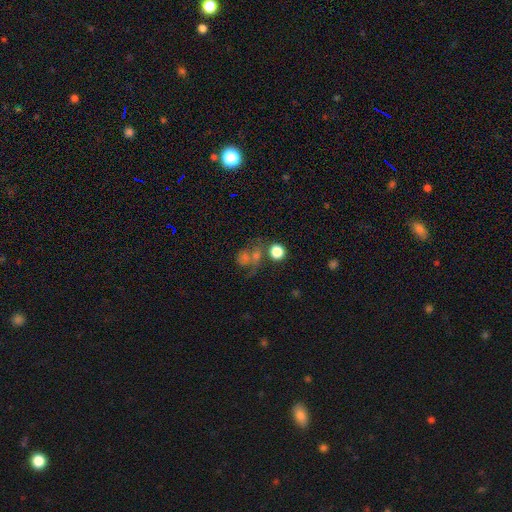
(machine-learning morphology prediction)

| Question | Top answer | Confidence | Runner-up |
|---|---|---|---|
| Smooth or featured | star or artifact | 36% | smooth (33%) |